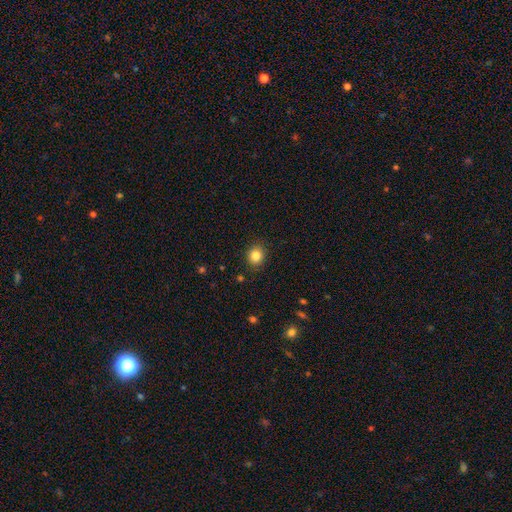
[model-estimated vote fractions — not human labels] Smooth or featured?
  - smooth: 84% *
  - star or artifact: 10%
  - featured or disk: 6%
How rounded?
  - round: 66% *
  - in between: 33%
  - cigar-shaped: 1%
Merging?
  - none: 89% *
  - minor disturbance: 8%
  - major disturbance: 2%
  - merger: 1%